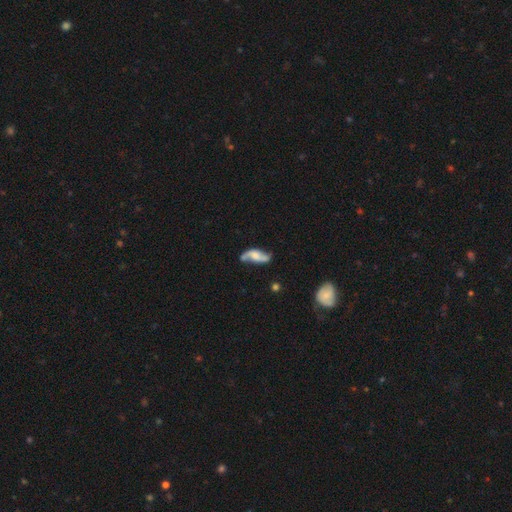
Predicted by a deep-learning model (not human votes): Smooth or featured: featured or disk — 72% (smooth — 22%)
Edge-on disk: no — 91% (yes — 9%)
Bar: no — 53% (weak — 35%)
Spiral arms: yes — 93% (no — 7%)
Spiral winding: loose — 72% (medium — 21%)
Spiral arm count: 2 — 91% (can't tell — 4%)
Bulge size: none — 30% (moderate — 28%)
Merging: none — 62% (minor disturbance — 23%)